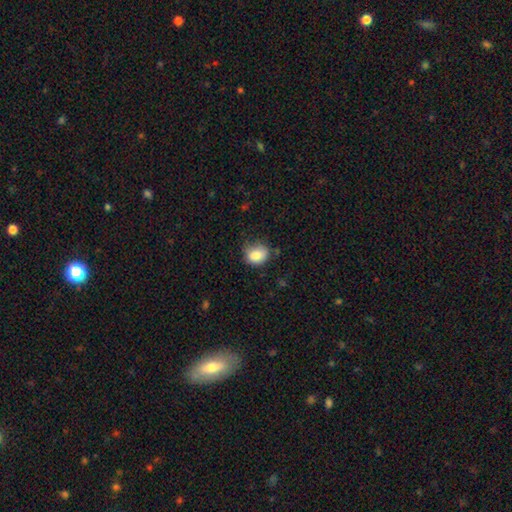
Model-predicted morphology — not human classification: type=smooth (85%); roundness=round (52%); merging=none (60%).